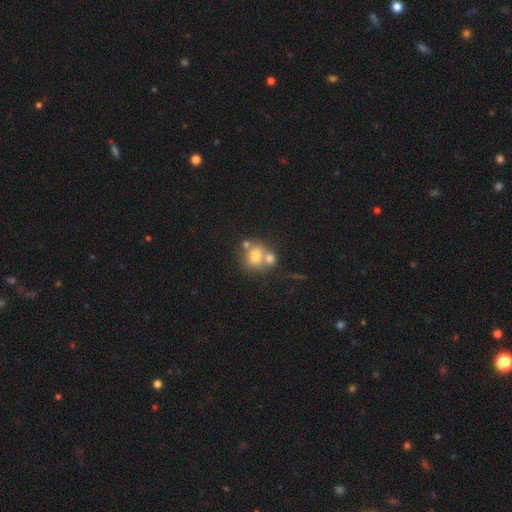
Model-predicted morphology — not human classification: Q: Smooth or featured?
A: smooth (70%); runner-up: featured or disk (19%)
Q: How rounded?
A: round (73%); runner-up: in between (26%)
Q: Merging?
A: merger (49%); runner-up: none (38%)